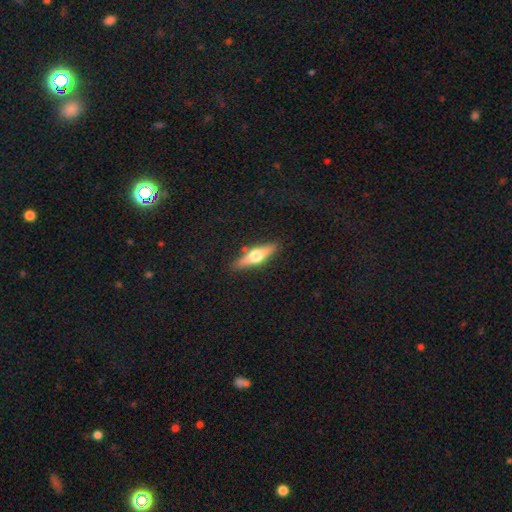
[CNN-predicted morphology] Q: Smooth or featured?
A: featured or disk (61%); runner-up: smooth (34%)
Q: Edge-on disk?
A: yes (95%); runner-up: no (5%)
Q: Edge-on bulge?
A: rounded (96%); runner-up: boxy (3%)
Q: Merging?
A: none (87%); runner-up: minor disturbance (9%)